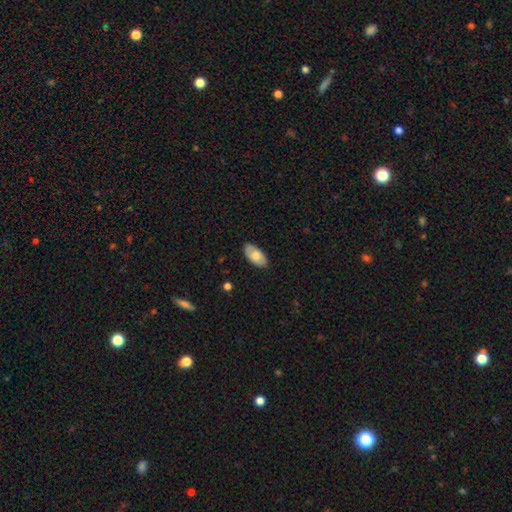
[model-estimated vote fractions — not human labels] A smooth galaxy with no disk features (74%) that is in between round and cigar-shaped (95%). Merging: none (80%).